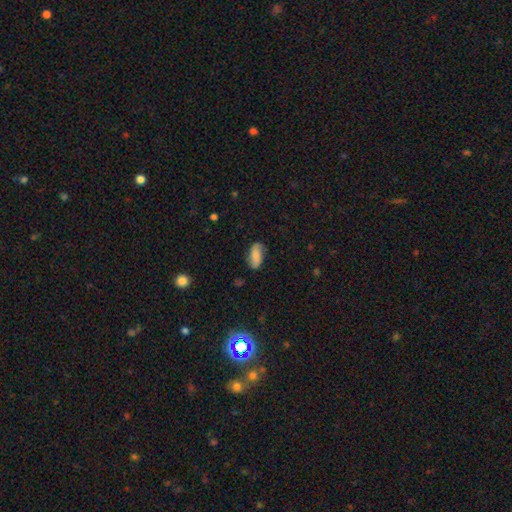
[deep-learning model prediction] Smooth or featured?
  - smooth: 74% *
  - featured or disk: 18%
  - star or artifact: 8%
How rounded?
  - in between: 88% *
  - cigar-shaped: 9%
  - round: 3%
Merging?
  - none: 75% *
  - minor disturbance: 19%
  - major disturbance: 5%
  - merger: 2%